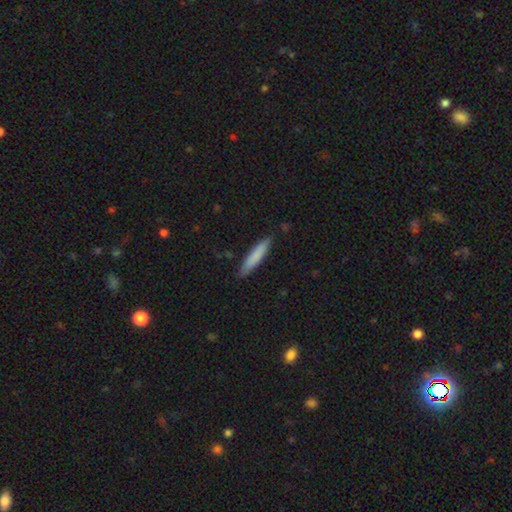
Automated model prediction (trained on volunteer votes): Smooth or featured: smooth — 78% (featured or disk — 16%)
How rounded: cigar-shaped — 90% (in between — 9%)
Merging: none — 85% (minor disturbance — 11%)